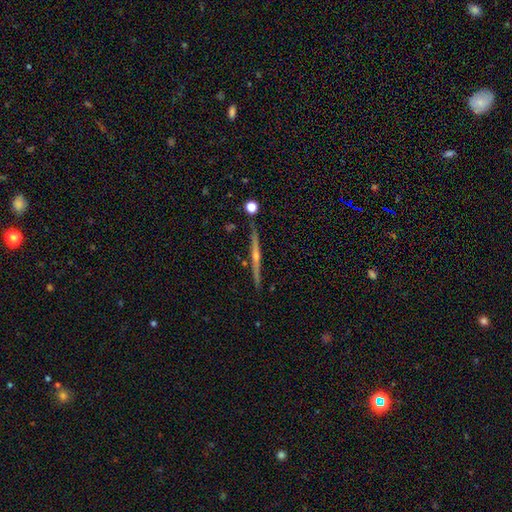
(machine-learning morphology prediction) Overall: featured or disk (81%). Edge-on disk: yes (98%). Edge-on bulge: rounded (78%). Merging: none (89%).